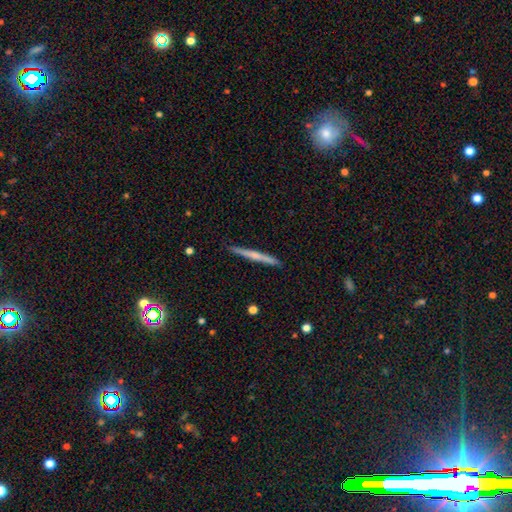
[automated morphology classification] This is possibly a featured or disk galaxy (53%). It is clearly viewed edge-on (98%). Edge-on bulge: possibly none (50%). Merging: clearly none (91%).